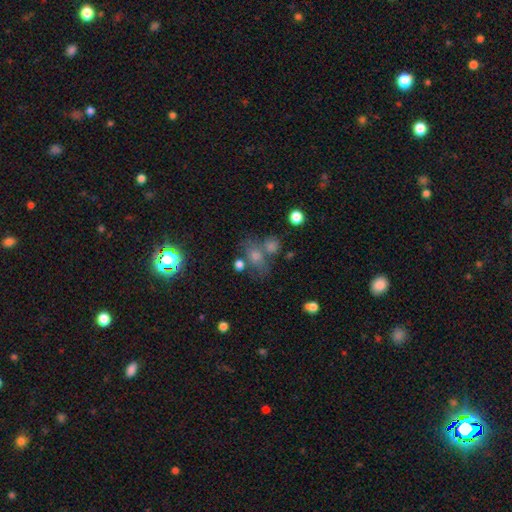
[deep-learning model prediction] The model was most divided on "smooth or featured": smooth: 46%, star or artifact: 34%, featured or disk: 20%. More confident: merging — none (51%).